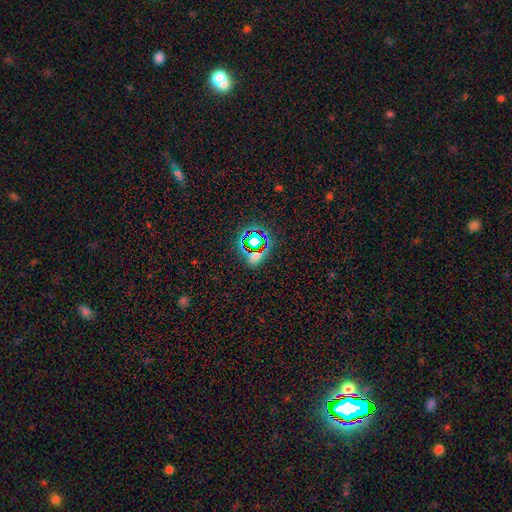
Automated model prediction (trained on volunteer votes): Smooth or featured?
  - star or artifact: 59% *
  - smooth: 32%
  - featured or disk: 10%